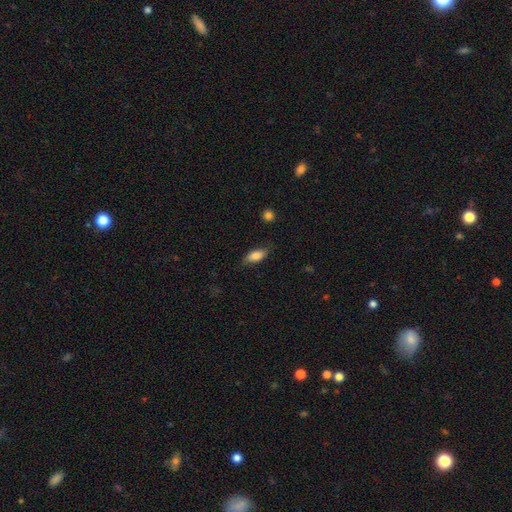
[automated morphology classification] Q: Smooth or featured?
A: smooth (81%); runner-up: featured or disk (12%)
Q: How rounded?
A: in between (86%); runner-up: cigar-shaped (10%)
Q: Merging?
A: none (75%); runner-up: minor disturbance (19%)